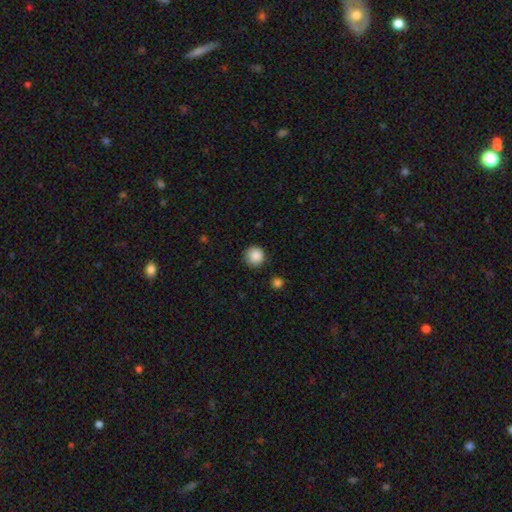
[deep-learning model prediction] A smooth galaxy with no disk features (88%) that is round (94%). Merging: none (89%).